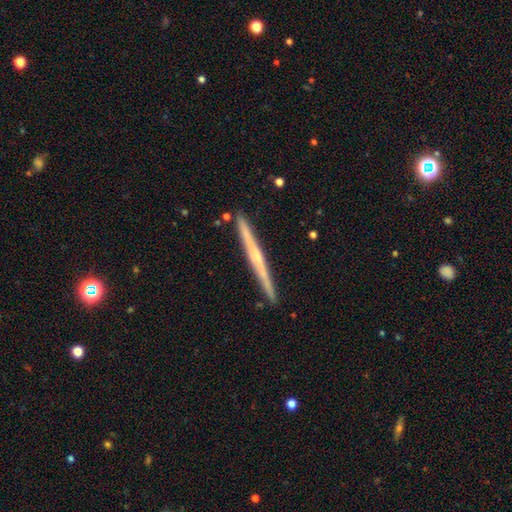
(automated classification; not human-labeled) Morphology: type=featured or disk (71%); edge-on=yes (98%); edge-on bulge=rounded (50%); merging=none (90%).